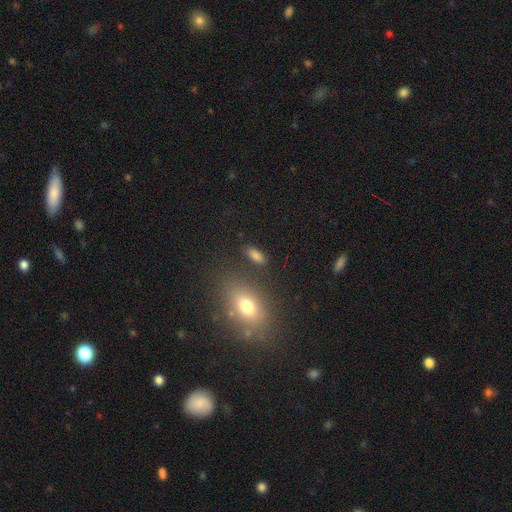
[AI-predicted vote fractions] This is clearly a smooth galaxy (80%). How rounded: likely in between (73%). Merging: likely none (80%).